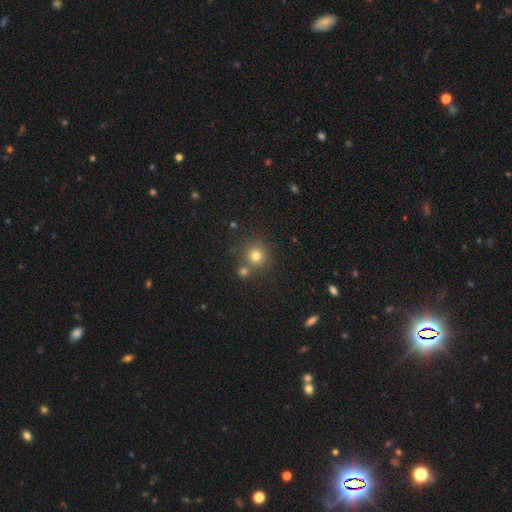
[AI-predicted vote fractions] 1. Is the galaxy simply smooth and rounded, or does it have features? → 76% smooth, 16% star or artifact, 8% featured or disk.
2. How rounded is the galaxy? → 93% round, 6% in between, 1% cigar-shaped.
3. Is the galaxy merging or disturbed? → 70% none, 19% merger, 7% minor disturbance, 3% major disturbance.